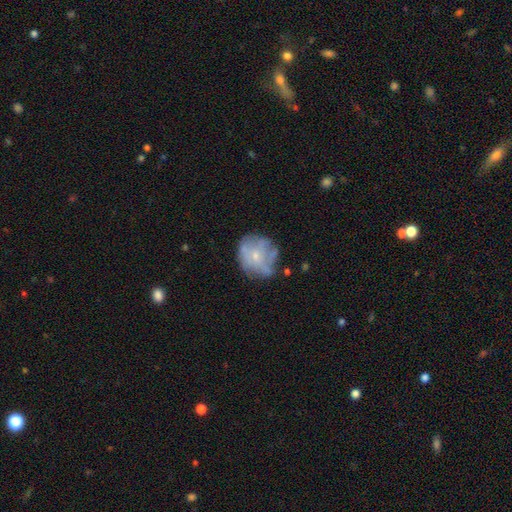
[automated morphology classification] Overall: featured or disk (51%; smooth 40%). Edge-on disk: no (97%). Merging: none (55%; minor disturbance 27%).